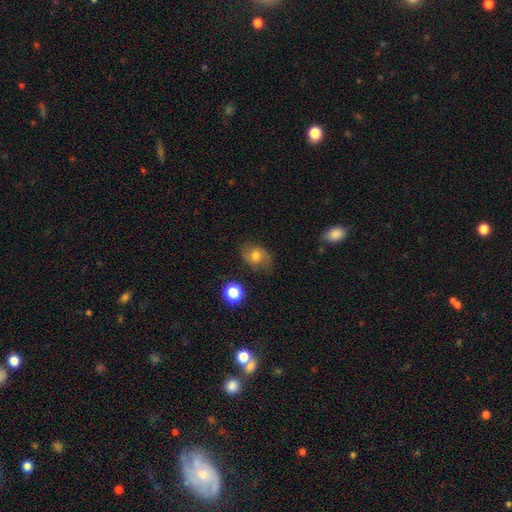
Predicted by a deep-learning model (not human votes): A smooth galaxy with no disk features (55%) that is in between round and cigar-shaped (64%). Merging: none (69%).